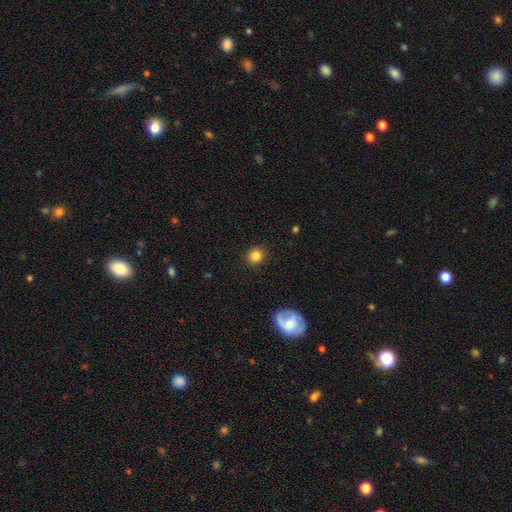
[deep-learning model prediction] Overall: smooth (84%). How rounded: round (87%). Merging: none (91%).